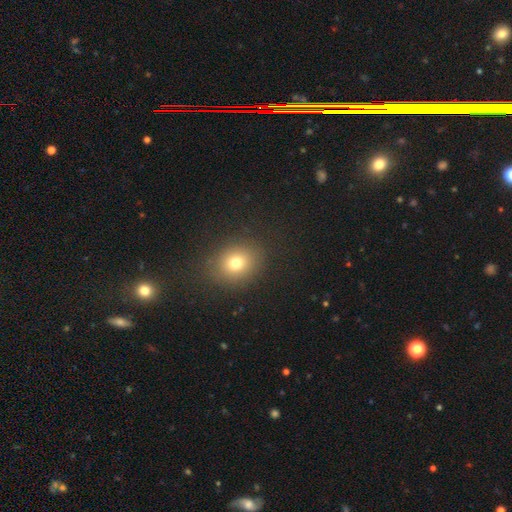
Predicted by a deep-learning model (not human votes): Morphology: type=smooth (57%); roundness=round (72%); merging=none (90%).